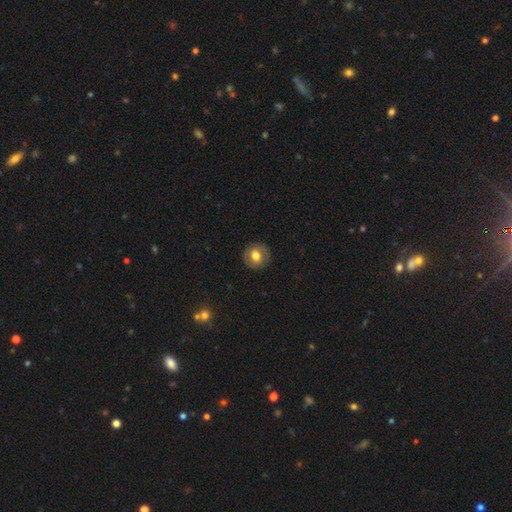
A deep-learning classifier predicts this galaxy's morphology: smooth_or_featured: smooth (p=0.66) [alt: featured or disk p=0.26]
how_rounded: round (p=0.89) [alt: in between p=0.10]
merging: none (p=0.89) [alt: minor disturbance p=0.07]